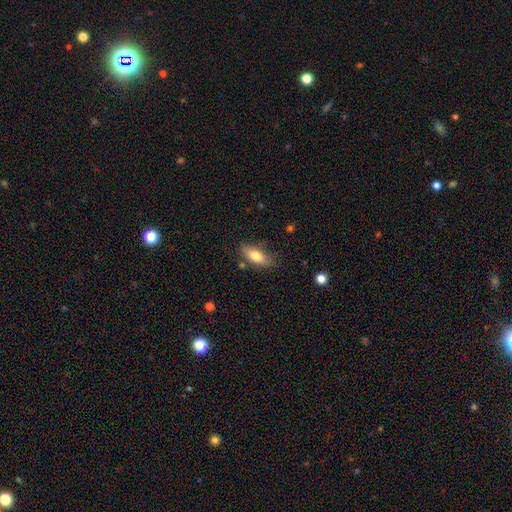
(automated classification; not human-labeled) Morphology: type=smooth (75%); roundness=in between (78%); merging=none (75%).